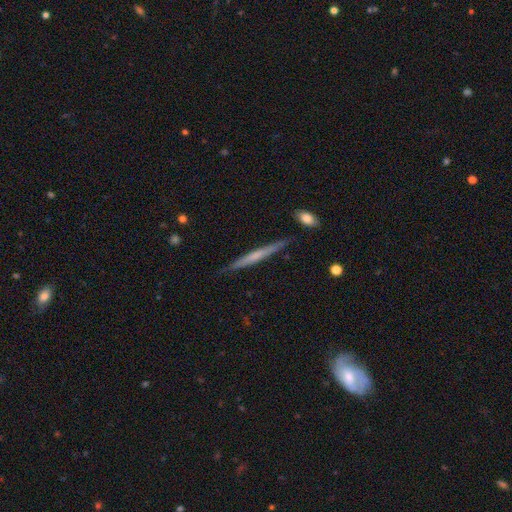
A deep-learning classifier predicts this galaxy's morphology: Smooth or featured: featured or disk — 51% (smooth — 43%)
Edge-on disk: yes — 97% (no — 3%)
Merging: none — 87% (minor disturbance — 9%)